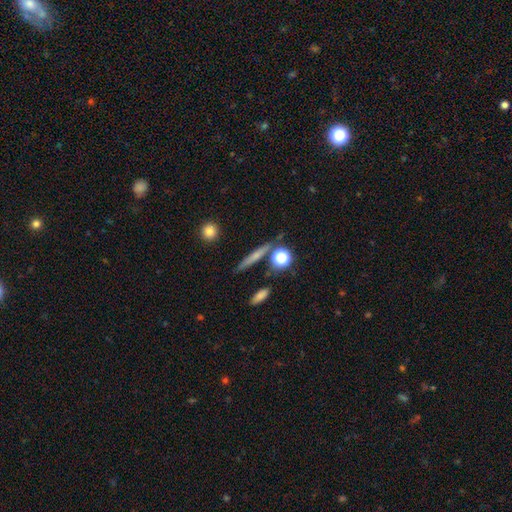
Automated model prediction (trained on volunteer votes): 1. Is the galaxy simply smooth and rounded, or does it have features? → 56% smooth, 32% featured or disk, 12% star or artifact.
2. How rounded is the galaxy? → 75% cigar-shaped, 13% round, 12% in between.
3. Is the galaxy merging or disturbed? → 82% none, 9% minor disturbance, 6% merger, 3% major disturbance.